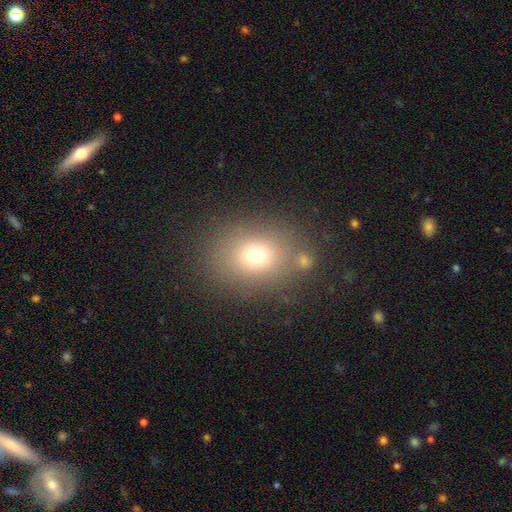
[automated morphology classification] This is likely a smooth galaxy (70%). How rounded: possibly round (51%). Merging: likely none (74%).